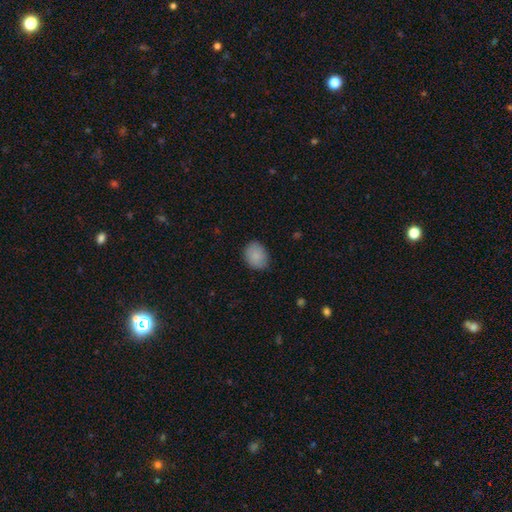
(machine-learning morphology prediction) Smooth or featured? Predicted: smooth (p=0.87). How rounded? Predicted: in between (p=0.60). Merging? Predicted: none (p=0.80).